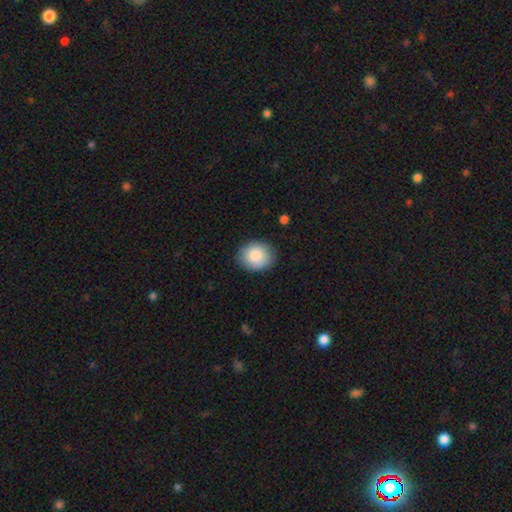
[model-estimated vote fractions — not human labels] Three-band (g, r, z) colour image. It shows a smooth galaxy with no disk features (87%) that is round (69%). Merging: none (86%).